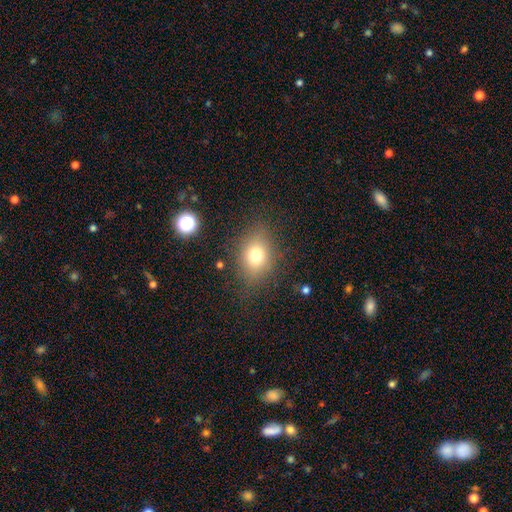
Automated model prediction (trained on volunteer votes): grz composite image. It shows a smooth galaxy with no disk features (73%) that is in between round and cigar-shaped (56%). Merging: none (79%).